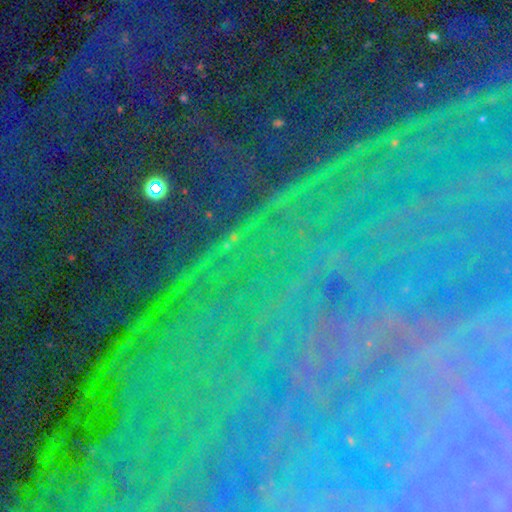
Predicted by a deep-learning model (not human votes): Morphology: type=star or artifact (85%).